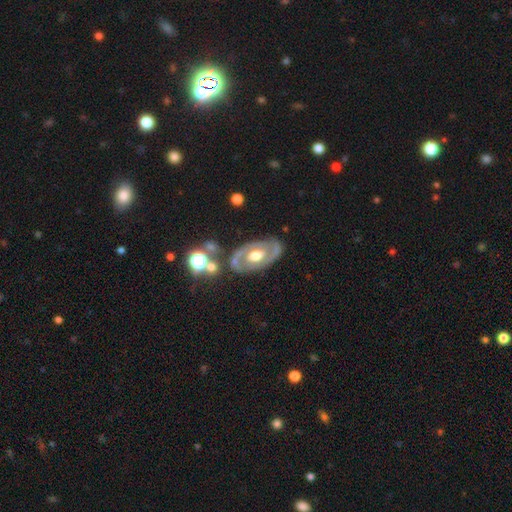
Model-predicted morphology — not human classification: smooth_or_featured: featured or disk (p=0.76) [alt: smooth p=0.18]
disk_edge_on: no (p=0.94) [alt: yes p=0.06]
bar: no (p=0.61) [alt: weak p=0.28]
has_spiral_arms: yes (p=0.60) [alt: no p=0.40]
bulge_size: moderate (p=0.70) [alt: large p=0.19]
merging: none (p=0.74) [alt: minor disturbance p=0.15]